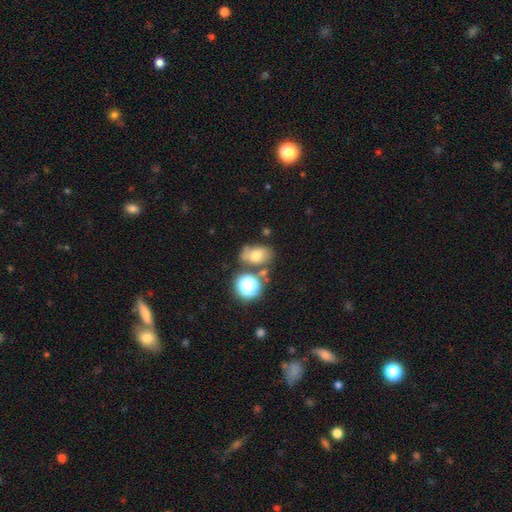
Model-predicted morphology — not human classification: A smooth galaxy with no disk features (59%) that is in between round and cigar-shaped (71%).

Vote fractions:
- Smooth or featured? smooth: 59% / featured or disk: 22% / star or artifact: 19%
- How rounded? in between: 71% / round: 28% / cigar-shaped: 1%
- Merging? none: 57% / minor disturbance: 18% / merger: 18% / major disturbance: 8%